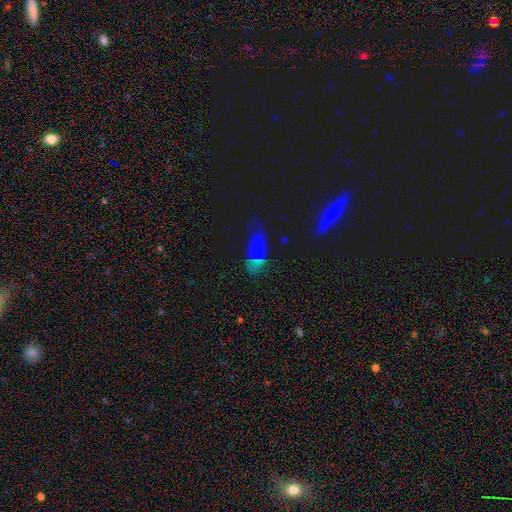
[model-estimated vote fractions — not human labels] Q: Smooth or featured?
A: smooth (50%); runner-up: star or artifact (34%)
Q: How rounded?
A: in between (83%); runner-up: cigar-shaped (10%)
Q: Merging?
A: none (63%); runner-up: minor disturbance (21%)